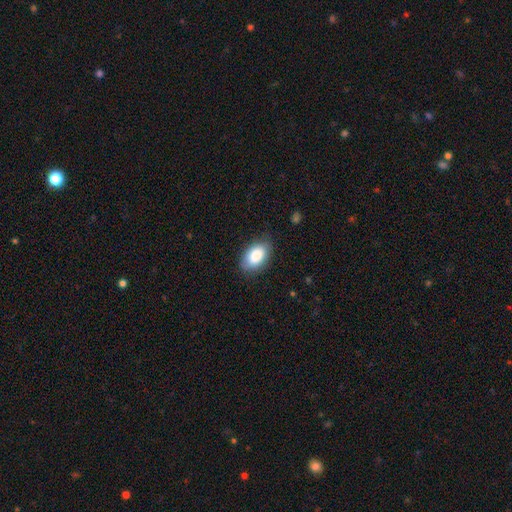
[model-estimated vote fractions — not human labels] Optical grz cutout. It shows a smooth galaxy with no disk features (85%) that is in between round and cigar-shaped (93%). Merging: none (81%).